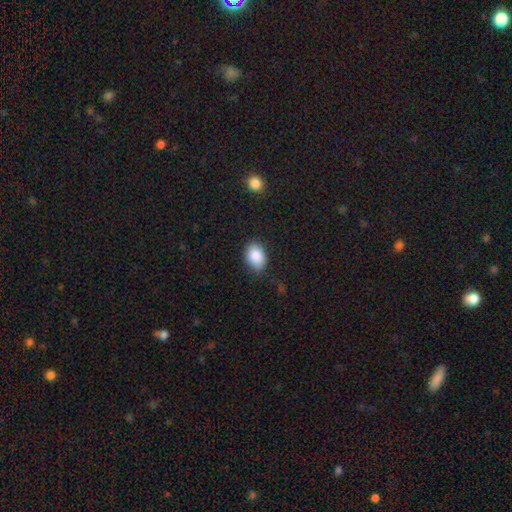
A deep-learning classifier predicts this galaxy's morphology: A smooth galaxy with no disk features (87%) that is in between round and cigar-shaped (77%). Merging: none (77%).